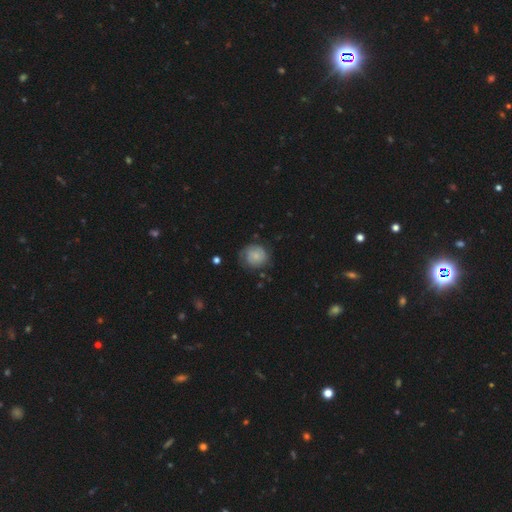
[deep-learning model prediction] Smooth or featured?
  - smooth: 54% *
  - featured or disk: 38%
  - star or artifact: 8%
How rounded?
  - round: 83% *
  - in between: 16%
  - cigar-shaped: 1%
Merging?
  - none: 66% *
  - minor disturbance: 23%
  - major disturbance: 10%
  - merger: 2%